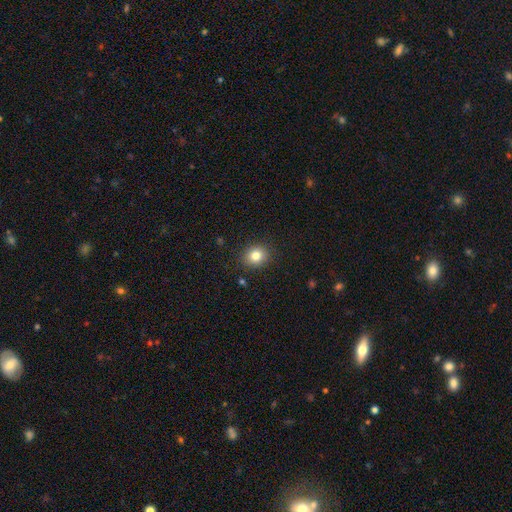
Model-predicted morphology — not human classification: A smooth galaxy with no disk features (81%) that is round (67%).

Vote fractions:
- Smooth or featured? smooth: 81% / star or artifact: 11% / featured or disk: 8%
- How rounded? round: 67% / in between: 32% / cigar-shaped: 1%
- Merging? none: 88% / minor disturbance: 8% / major disturbance: 2% / merger: 1%